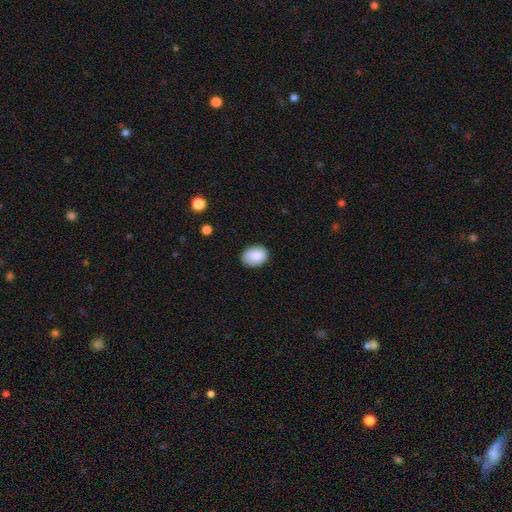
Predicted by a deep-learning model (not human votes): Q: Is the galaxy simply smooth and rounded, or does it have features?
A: smooth — 87%.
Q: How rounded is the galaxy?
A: in between — 65%.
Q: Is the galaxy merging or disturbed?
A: none — 83%.